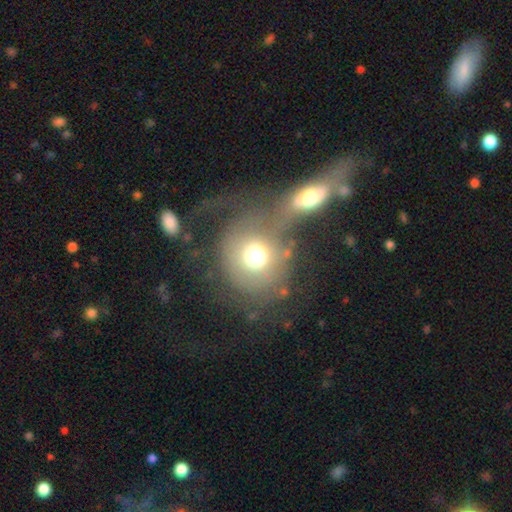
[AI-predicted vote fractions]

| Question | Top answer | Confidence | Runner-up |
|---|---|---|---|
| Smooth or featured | smooth | 59% | featured or disk (27%) |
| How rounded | round | 87% | in between (12%) |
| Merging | merger | 41% | none (27%) |